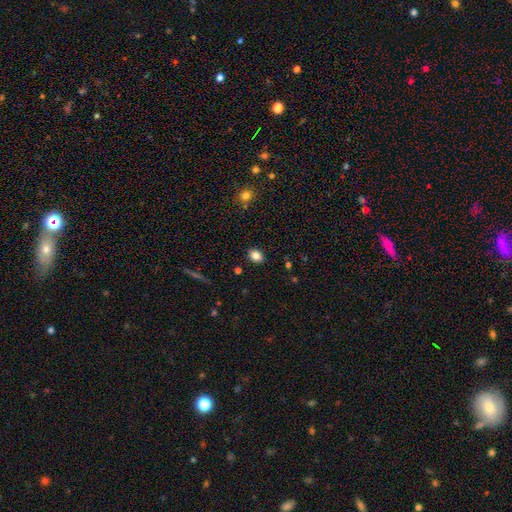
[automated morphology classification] This appears to be a smooth galaxy with no disk features (83%) that is in between round and cigar-shaped (66%). Merging: none (88%).